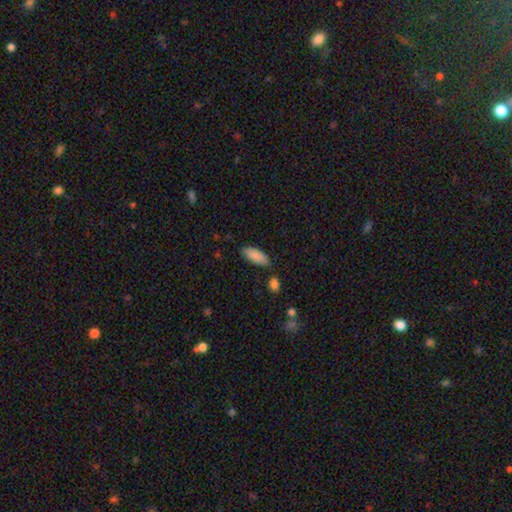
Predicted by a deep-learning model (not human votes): Morphology: type=smooth (89%); roundness=in between (79%); merging=none (80%).